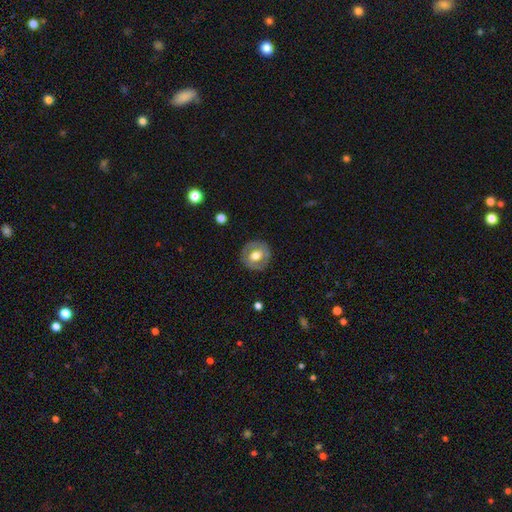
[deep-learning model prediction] Smooth or featured? Predicted: smooth (p=0.48). Merging? Predicted: none (p=0.84).